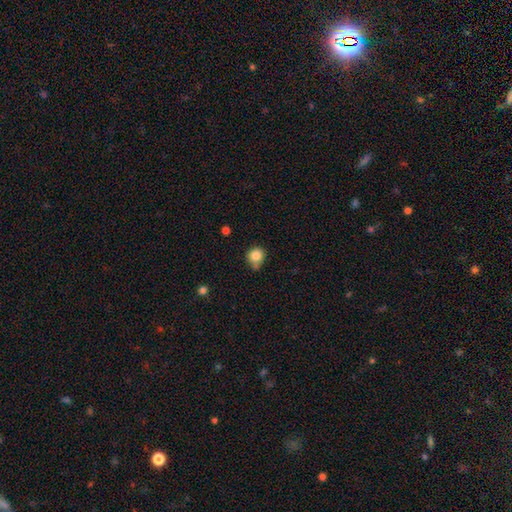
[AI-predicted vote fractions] A smooth galaxy with no disk features (84%) that is round (85%).

Vote fractions:
- Smooth or featured? smooth: 84% / star or artifact: 10% / featured or disk: 6%
- How rounded? round: 85% / in between: 14% / cigar-shaped: 1%
- Merging? none: 59% / minor disturbance: 24% / merger: 11% / major disturbance: 5%